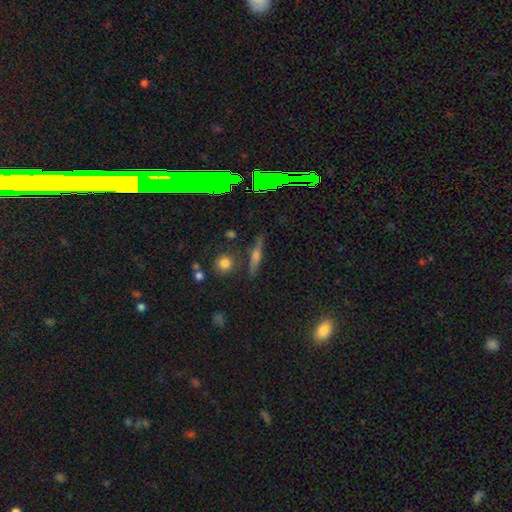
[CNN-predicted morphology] Smooth or featured? Predicted: featured or disk (p=0.52). Edge-on disk? Predicted: yes (p=0.93). Merging? Predicted: none (p=0.84).